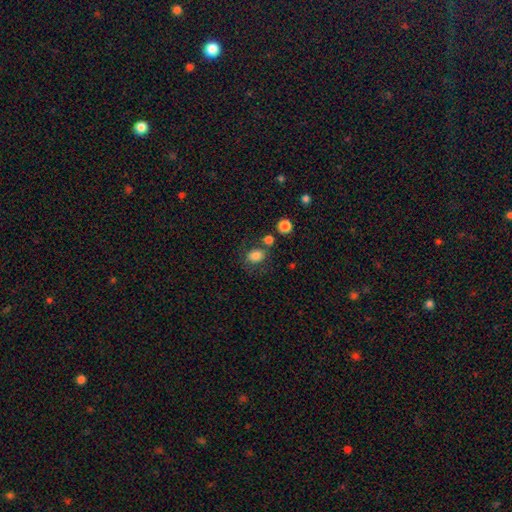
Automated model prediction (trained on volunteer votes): This appears to be a smooth galaxy with no disk features (82%) that is in between round and cigar-shaped (57%). Merging: none (63%).